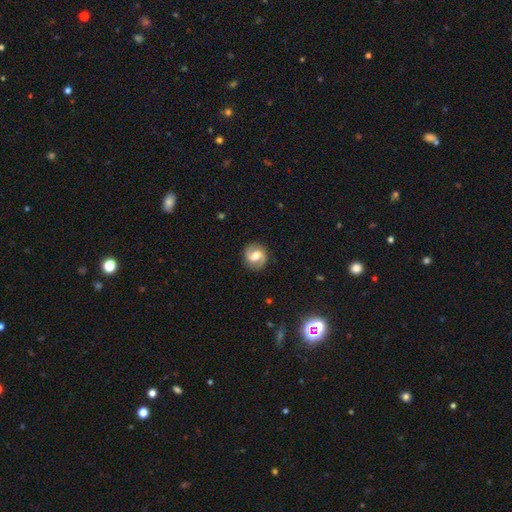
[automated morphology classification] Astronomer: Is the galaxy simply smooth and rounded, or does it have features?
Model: featured or disk — 71%.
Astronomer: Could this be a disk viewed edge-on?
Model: no — 97%.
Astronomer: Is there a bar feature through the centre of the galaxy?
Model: weak — 49% (runner-up: no, 26%).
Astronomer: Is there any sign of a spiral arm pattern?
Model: yes — 91%.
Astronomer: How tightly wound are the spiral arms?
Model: medium — 47% (runner-up: loose, 31%).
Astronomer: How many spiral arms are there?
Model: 2 — 91%.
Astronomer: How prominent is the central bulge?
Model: moderate — 63%.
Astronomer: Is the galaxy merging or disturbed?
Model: none — 87%.